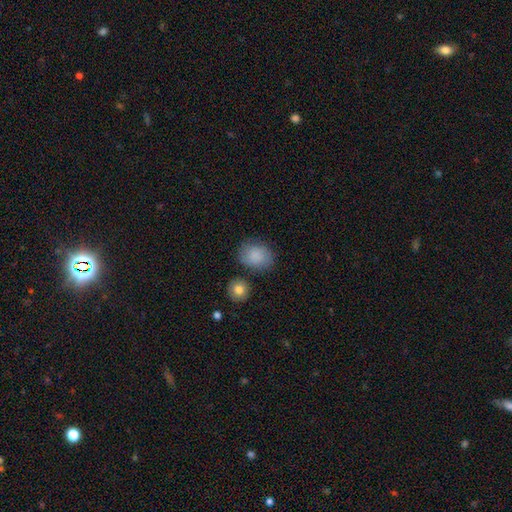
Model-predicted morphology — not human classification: A smooth galaxy with no disk features (85%) that is in between round and cigar-shaped (54%). Merging: none (72%).